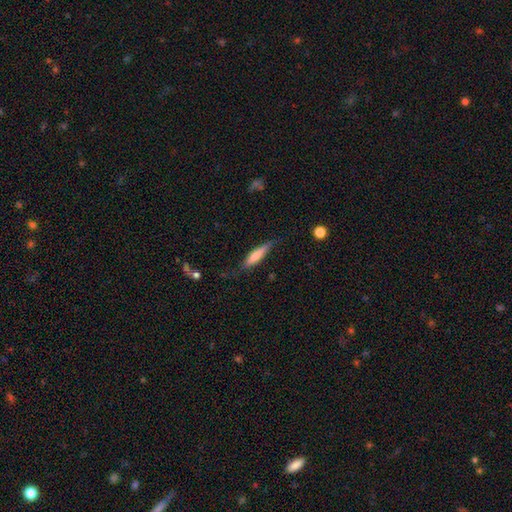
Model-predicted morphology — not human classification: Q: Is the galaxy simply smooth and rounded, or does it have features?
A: smooth — 62%.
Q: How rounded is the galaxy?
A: cigar-shaped — 84%.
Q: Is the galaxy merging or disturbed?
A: none — 71%.